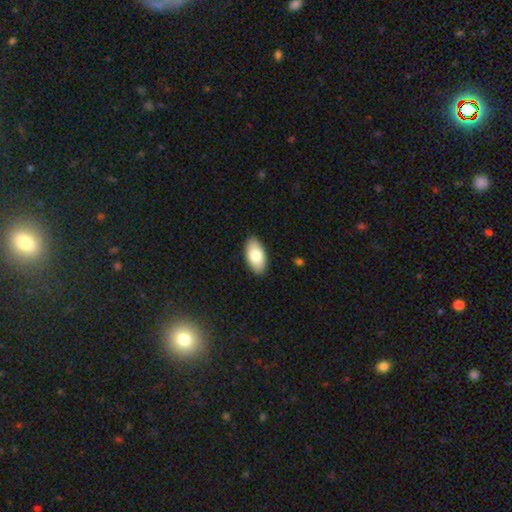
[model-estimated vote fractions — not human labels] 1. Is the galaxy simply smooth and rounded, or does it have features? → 79% smooth, 15% featured or disk, 6% star or artifact.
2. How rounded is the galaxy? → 95% in between, 3% cigar-shaped, 3% round.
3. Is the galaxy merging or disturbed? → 89% none, 8% minor disturbance, 2% major disturbance, 1% merger.